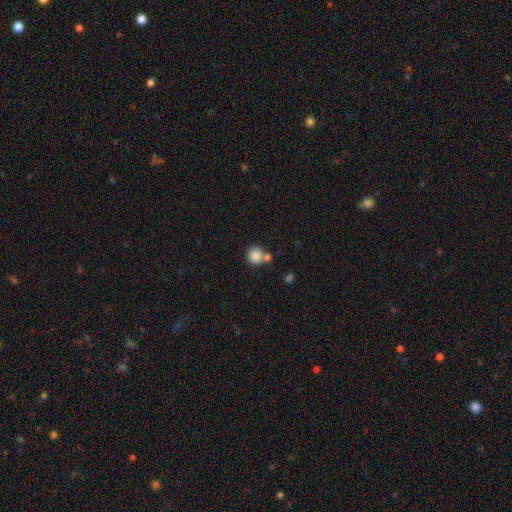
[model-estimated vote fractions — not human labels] A smooth galaxy with no disk features (85%) that is round (91%).

Vote fractions:
- Smooth or featured? smooth: 85% / star or artifact: 9% / featured or disk: 6%
- How rounded? round: 91% / in between: 8% / cigar-shaped: 1%
- Merging? none: 55% / merger: 30% / minor disturbance: 11% / major disturbance: 4%